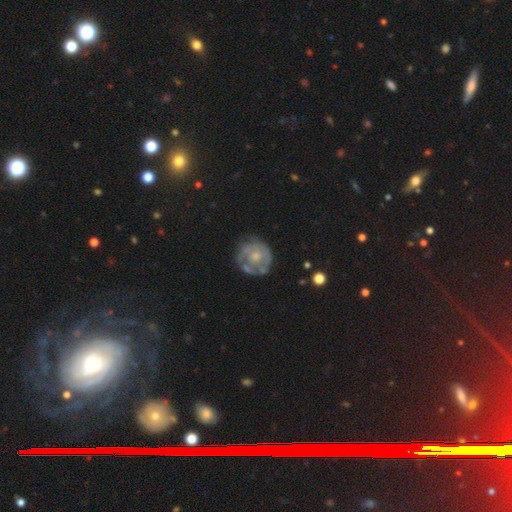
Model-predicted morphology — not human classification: This is likely a featured or disk galaxy (68%). It is clearly not viewed edge-on (98%). Bar: clearly no (84%). Spiral arm pattern: possibly yes (55%). Central bulge: possibly moderate (45%). Merging: likely none (64%).